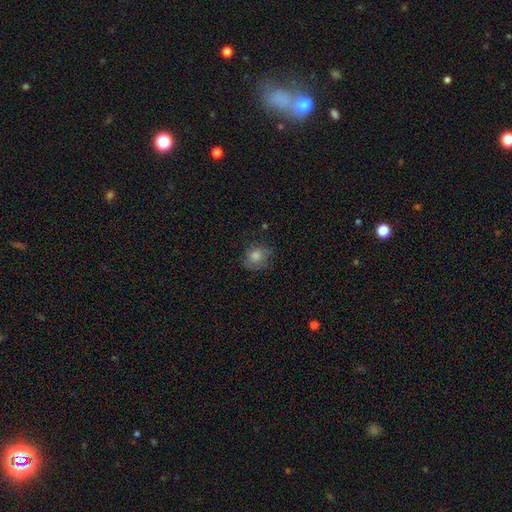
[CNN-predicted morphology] type=smooth (68%); roundness=round (75%); merging=none (69%).